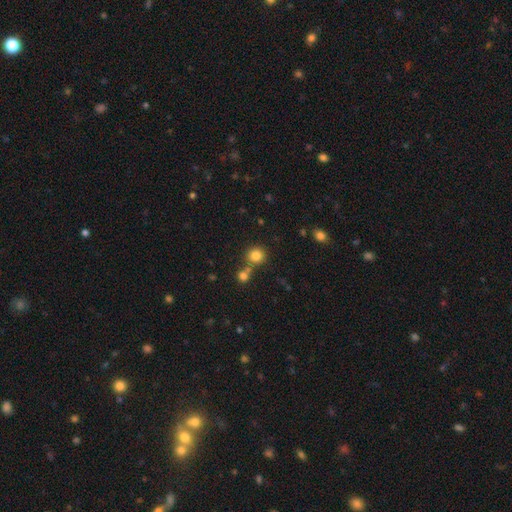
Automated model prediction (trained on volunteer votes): Smooth or featured? smooth (82%)
How rounded? round (91%)
Merging? none (69%)